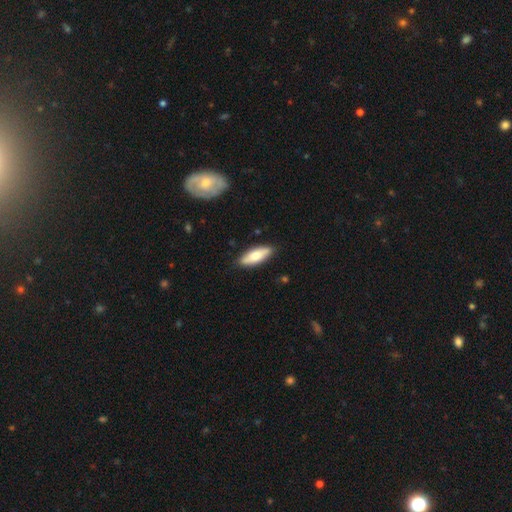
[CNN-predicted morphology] Overall: smooth (70%). How rounded: in between (65%; cigar-shaped 33%). Merging: none (86%).